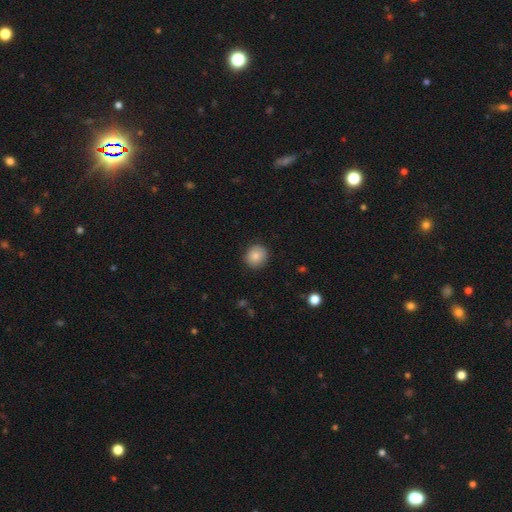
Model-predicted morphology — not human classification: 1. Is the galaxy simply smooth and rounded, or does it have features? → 85% smooth, 8% star or artifact, 6% featured or disk.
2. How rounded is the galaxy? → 89% round, 10% in between, 1% cigar-shaped.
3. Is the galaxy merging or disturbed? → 89% none, 8% minor disturbance, 2% major disturbance, 1% merger.